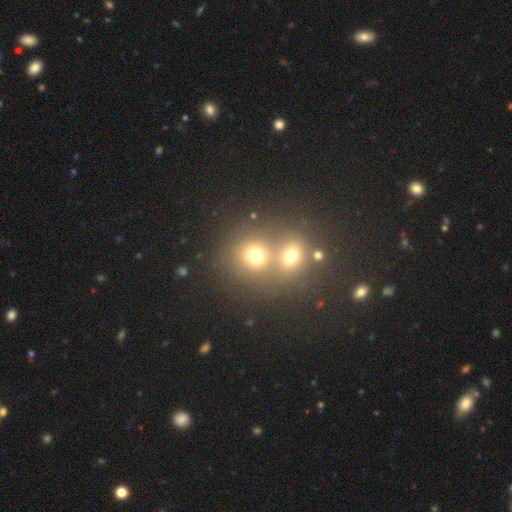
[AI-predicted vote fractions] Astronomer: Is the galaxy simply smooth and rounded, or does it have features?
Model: smooth — 70%.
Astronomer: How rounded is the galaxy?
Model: round — 81%.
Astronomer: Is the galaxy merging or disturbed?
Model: merger — 50% (runner-up: none, 40%).